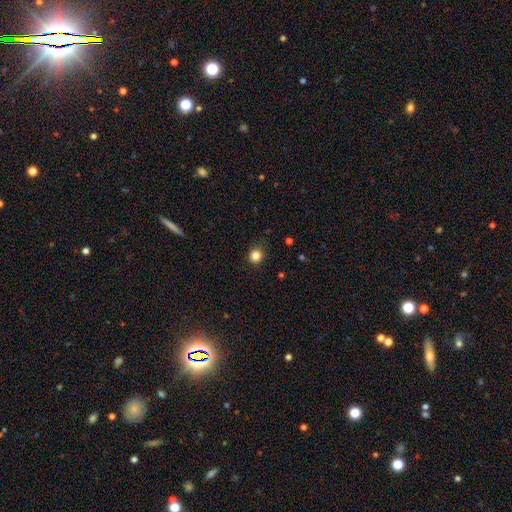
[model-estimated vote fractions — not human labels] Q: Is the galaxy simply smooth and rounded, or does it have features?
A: smooth — 84%.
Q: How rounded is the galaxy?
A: round — 86%.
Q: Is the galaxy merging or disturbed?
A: none — 86%.